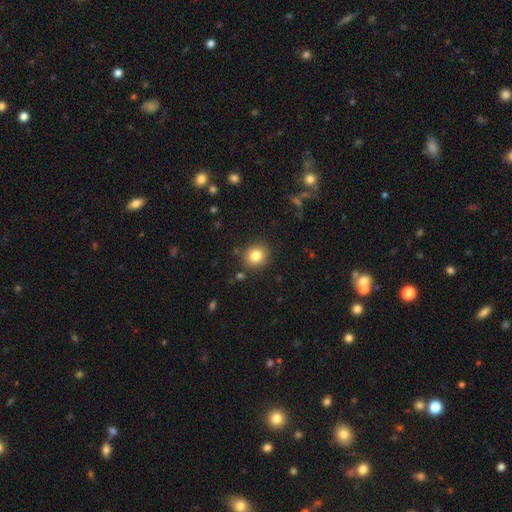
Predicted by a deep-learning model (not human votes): smooth-or-featured: smooth: 83% | star or artifact: 11% | featured or disk: 7%
  how-rounded: round: 83% | in between: 16% | cigar-shaped: 1%
  merging: none: 87% | minor disturbance: 8% | major disturbance: 3% | merger: 2%